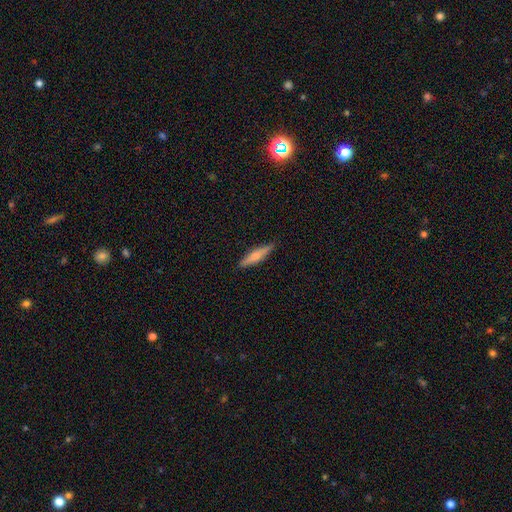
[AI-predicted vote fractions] smooth_or_featured: smooth (p=0.61) [alt: featured or disk p=0.33]
how_rounded: cigar-shaped (p=0.82) [alt: in between p=0.16]
merging: none (p=0.88) [alt: minor disturbance p=0.09]